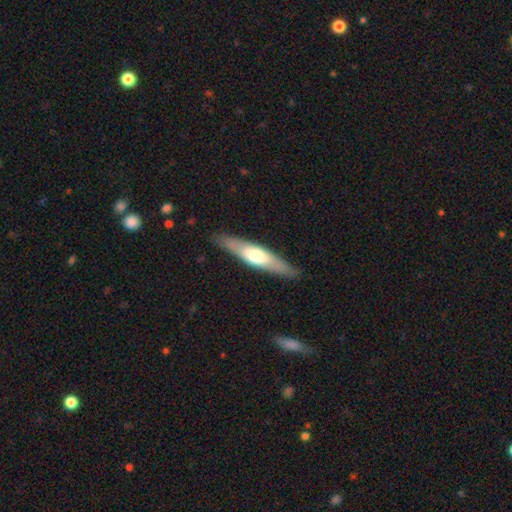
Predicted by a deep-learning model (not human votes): A featured or disk galaxy (50%) viewed edge-on (83%). Merging: none (87%).